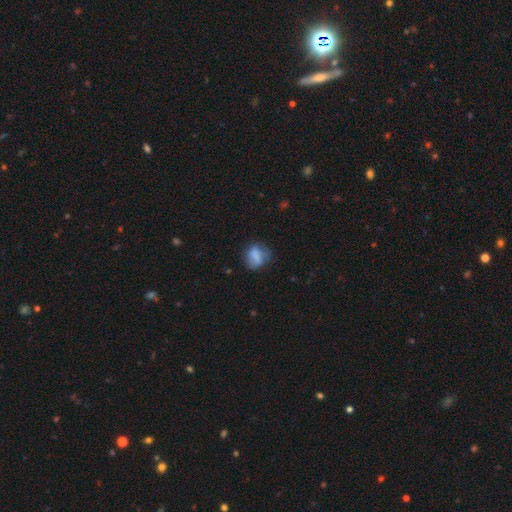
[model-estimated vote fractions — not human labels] smooth-or-featured: smooth: 70% | featured or disk: 20% | star or artifact: 10%
  how-rounded: in between: 50% | round: 48% | cigar-shaped: 2%
  merging: none: 51% | minor disturbance: 30% | major disturbance: 15% | merger: 4%